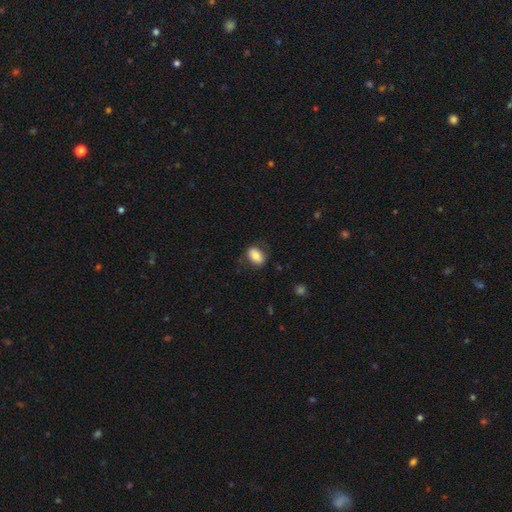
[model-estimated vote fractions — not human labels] A smooth galaxy with no disk features (79%) that is in between round and cigar-shaped (83%). Merging: none (74%).